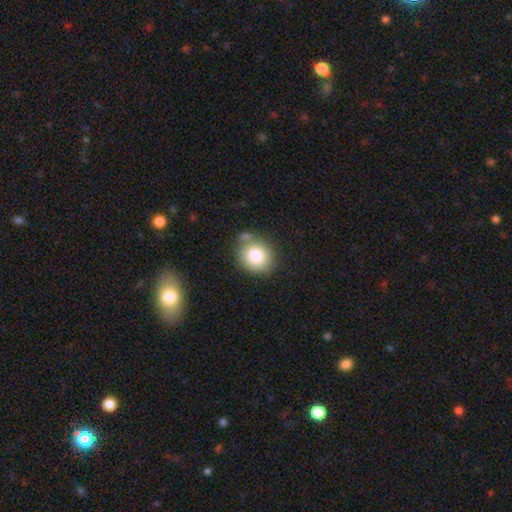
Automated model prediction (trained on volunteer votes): Smooth or featured? Predicted: smooth (p=0.82). How rounded? Predicted: round (p=0.76). Merging? Predicted: none (p=0.70).